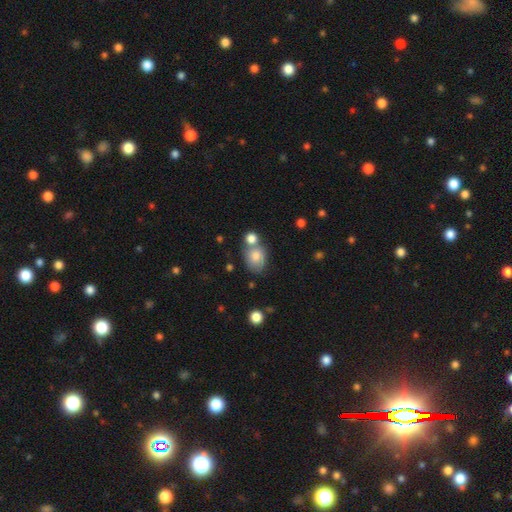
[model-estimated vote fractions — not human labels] Smooth or featured? Predicted: smooth (p=0.78). How rounded? Predicted: in between (p=0.54). Merging? Predicted: none (p=0.46).